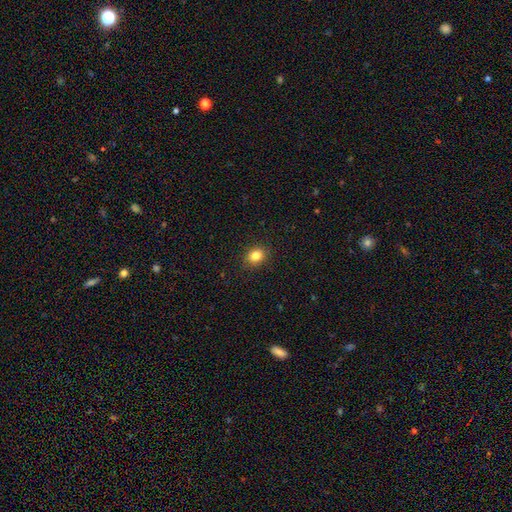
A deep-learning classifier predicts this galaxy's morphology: The model was most divided on "how rounded": round: 59%, in between: 40%, cigar-shaped: 1%. More confident: merging — none (89%); smooth or featured — smooth (83%).